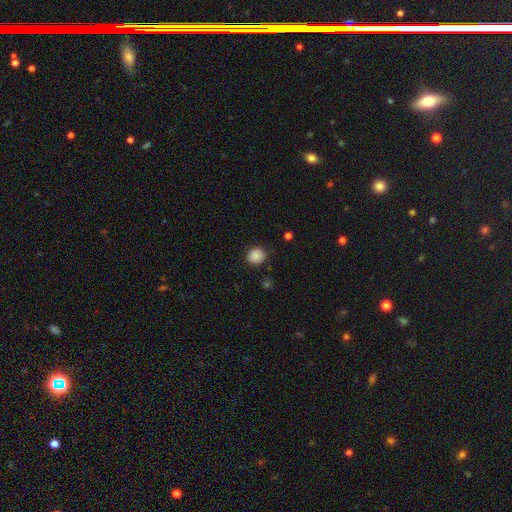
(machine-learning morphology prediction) A smooth galaxy with no disk features (87%) that is round (78%).

Vote fractions:
- Smooth or featured? smooth: 87% / star or artifact: 9% / featured or disk: 4%
- How rounded? round: 78% / in between: 21% / cigar-shaped: 1%
- Merging? none: 87% / minor disturbance: 9% / major disturbance: 3% / merger: 1%